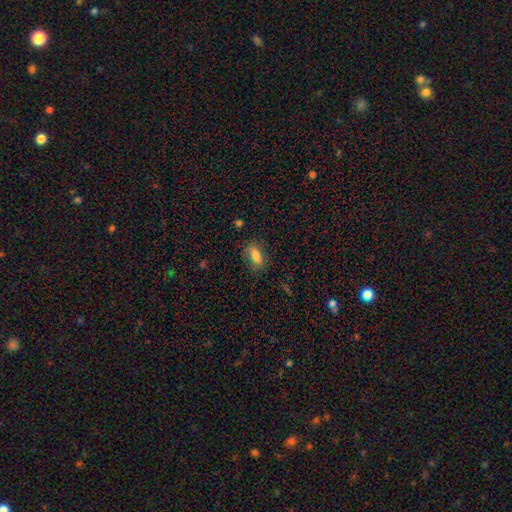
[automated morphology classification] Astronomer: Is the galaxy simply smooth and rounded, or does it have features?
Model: smooth — 77%.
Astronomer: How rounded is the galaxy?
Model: in between — 82%.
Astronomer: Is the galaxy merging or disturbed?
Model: none — 79%.